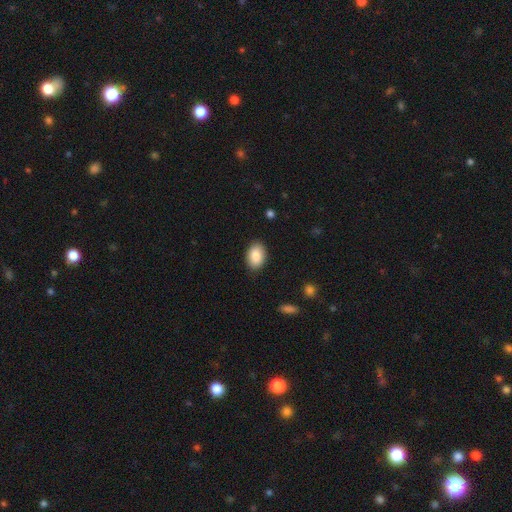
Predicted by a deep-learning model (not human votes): smooth_or_featured: smooth (p=0.89) [alt: star or artifact p=0.07]
how_rounded: in between (p=0.89) [alt: round p=0.10]
merging: none (p=0.88) [alt: minor disturbance p=0.09]